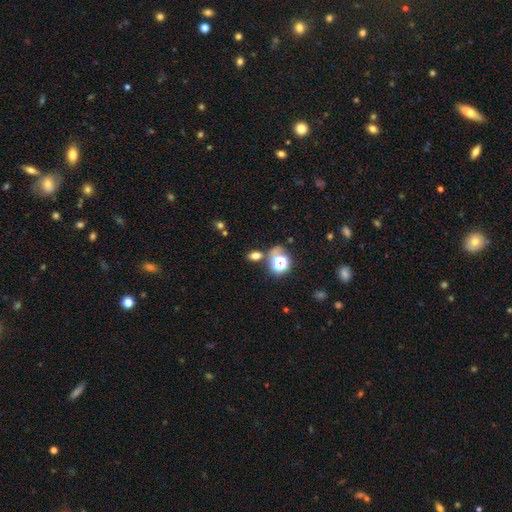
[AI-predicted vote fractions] A smooth galaxy with no disk features (65%) that is in between round and cigar-shaped (69%). Merging: none (73%).